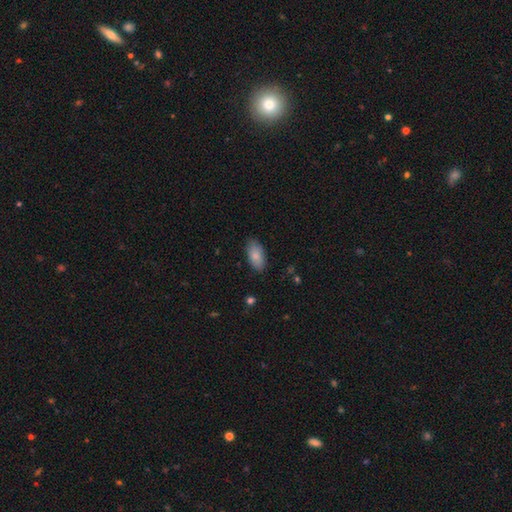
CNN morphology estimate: A smooth galaxy with no disk features (84%) that is in between round and cigar-shaped (91%).

Vote fractions:
- Smooth or featured? smooth: 84% / featured or disk: 9% / star or artifact: 7%
- How rounded? in between: 91% / cigar-shaped: 6% / round: 3%
- Merging? none: 82% / minor disturbance: 14% / major disturbance: 3% / merger: 1%